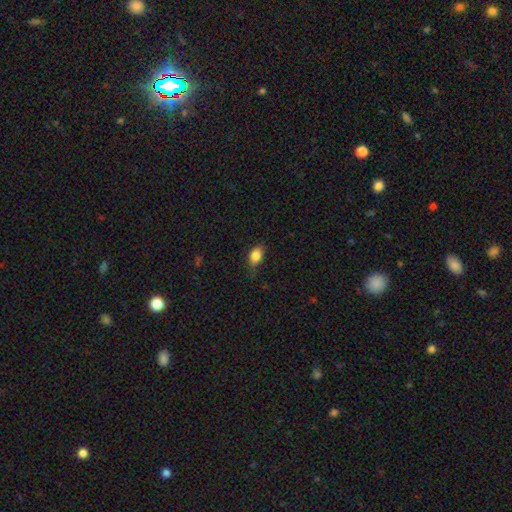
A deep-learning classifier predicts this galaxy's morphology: smooth-or-featured: smooth: 83% | star or artifact: 8% | featured or disk: 8%
  how-rounded: in between: 82% | round: 15% | cigar-shaped: 3%
  merging: none: 72% | minor disturbance: 23% | major disturbance: 4% | merger: 1%